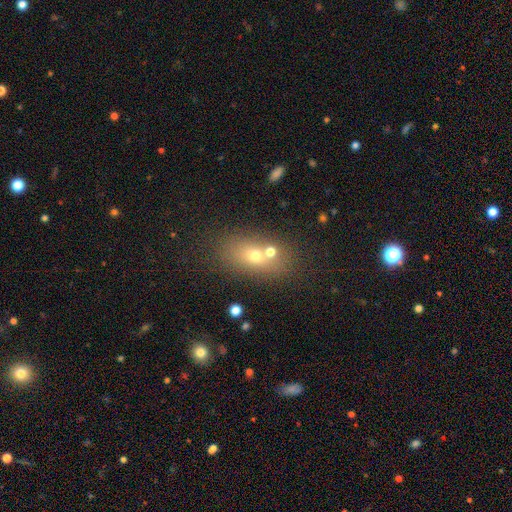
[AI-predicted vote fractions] Morphology: type=smooth (62%); roundness=in between (72%); merging=none (53%).